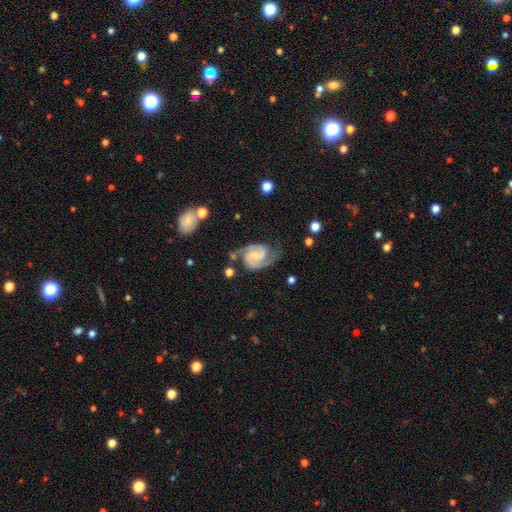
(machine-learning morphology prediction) A featured or disk galaxy (88%) with no bar (51%), 2 (90%) medium (51%) spiral arms (98%) and a small central bulge (56%). Merging: none (62%).